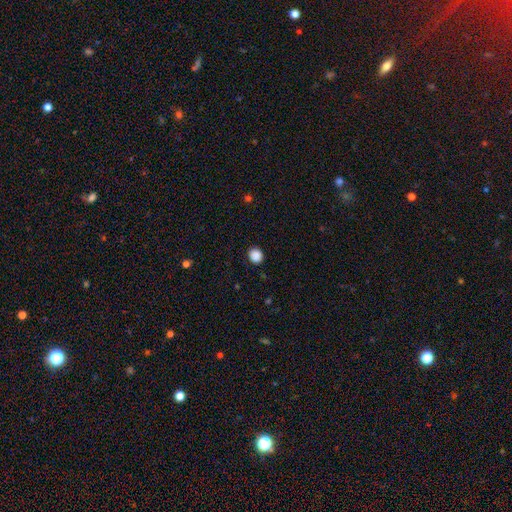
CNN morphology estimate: type=smooth (88%); roundness=round (80%); merging=none (90%).